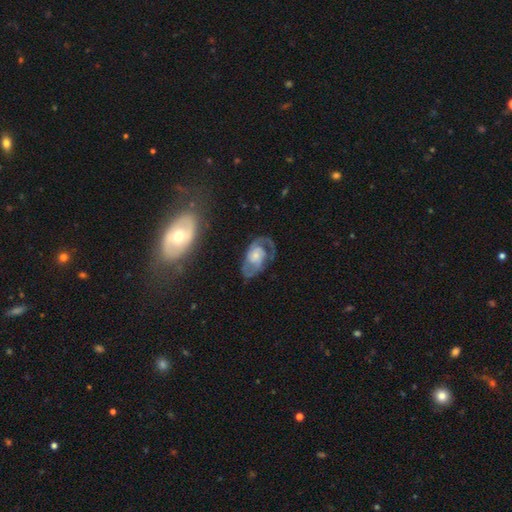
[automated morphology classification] type=featured or disk (77%); edge-on=no (96%); bar=no (68%); spiral arms=yes (89%); winding=medium (45%); arm count=2 (64%); bulge=small (46%); merging=none (57%).